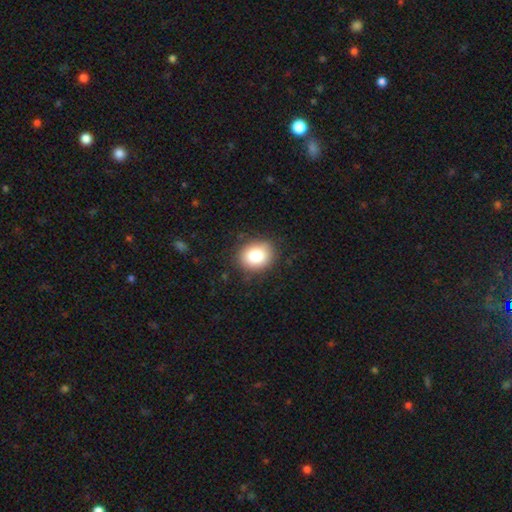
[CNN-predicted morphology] Overall: smooth (85%). How rounded: round (58%; in between 41%). Merging: none (85%).